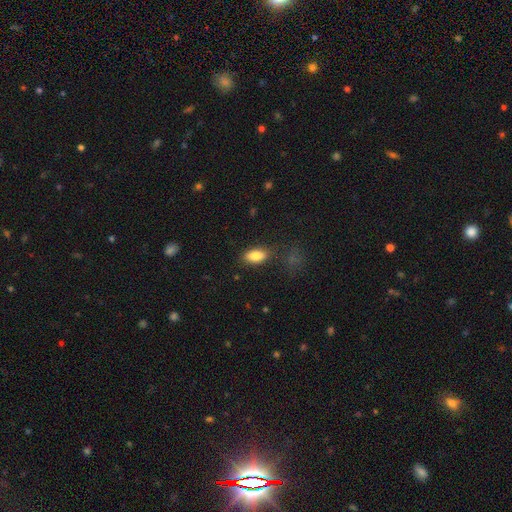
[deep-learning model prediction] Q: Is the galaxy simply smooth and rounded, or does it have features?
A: smooth — 84%.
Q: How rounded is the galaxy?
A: in between — 89%.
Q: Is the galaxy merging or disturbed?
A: none — 81%.